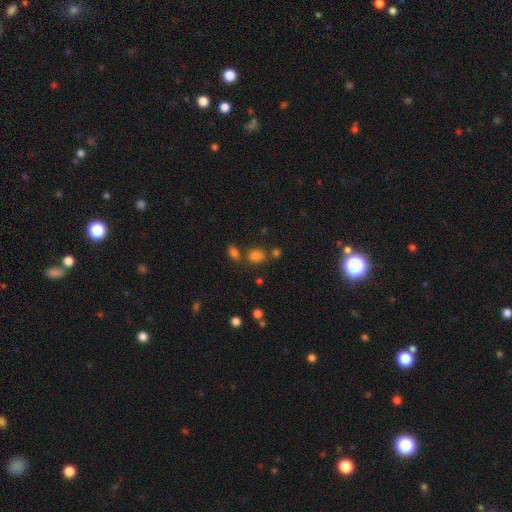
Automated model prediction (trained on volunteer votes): Smooth or featured? smooth (78%)
How rounded? round (54%)
Merging? none (68%)